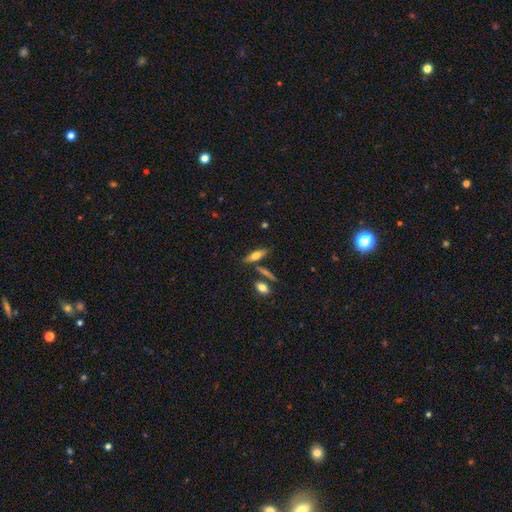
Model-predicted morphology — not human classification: A smooth galaxy with no disk features (63%) that is in between round and cigar-shaped (50%).

Vote fractions:
- Smooth or featured? smooth: 63% / featured or disk: 29% / star or artifact: 8%
- How rounded? in between: 50% / cigar-shaped: 47% / round: 3%
- Merging? none: 72% / minor disturbance: 13% / merger: 12% / major disturbance: 4%